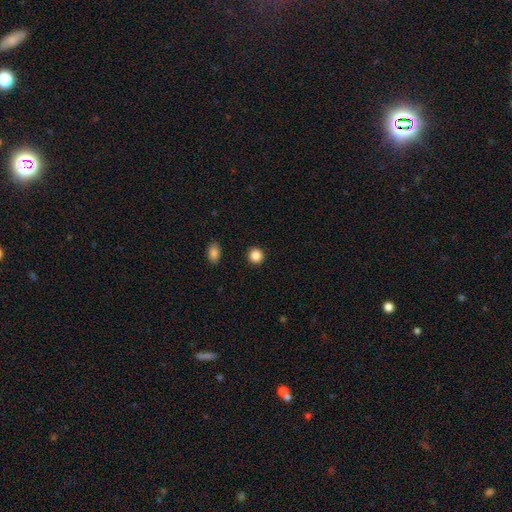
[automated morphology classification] Smooth or featured?
  - smooth: 87% *
  - star or artifact: 10%
  - featured or disk: 3%
How rounded?
  - round: 93% *
  - in between: 6%
  - cigar-shaped: 1%
Merging?
  - none: 92% *
  - minor disturbance: 4%
  - major disturbance: 2%
  - merger: 1%